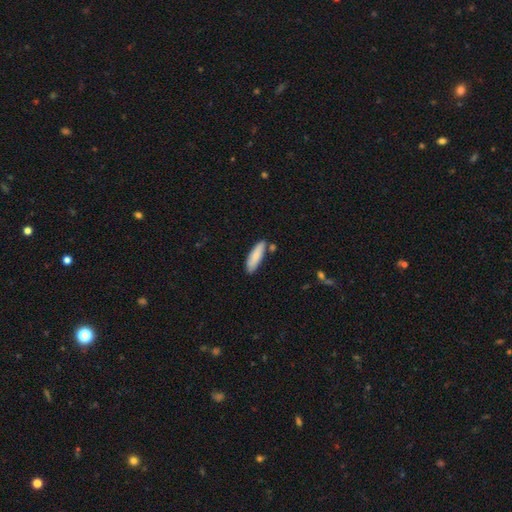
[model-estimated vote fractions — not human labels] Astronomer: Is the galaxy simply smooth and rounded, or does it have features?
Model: smooth — 81%.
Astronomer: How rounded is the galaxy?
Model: cigar-shaped — 55% (runner-up: in between, 43%).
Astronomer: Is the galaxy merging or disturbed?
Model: none — 77%.